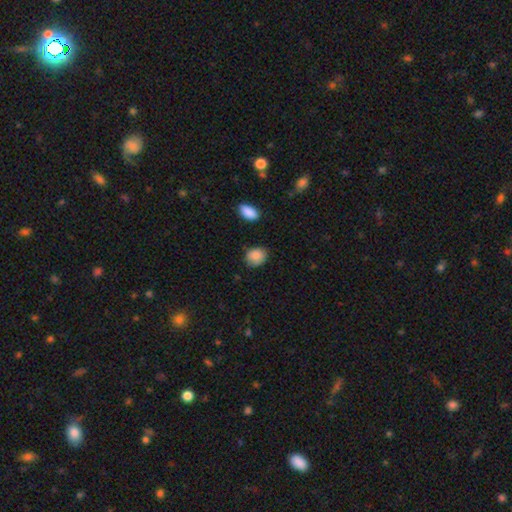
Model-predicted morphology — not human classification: This appears to be a smooth galaxy with no disk features (87%) that is round (53%). Merging: none (73%).